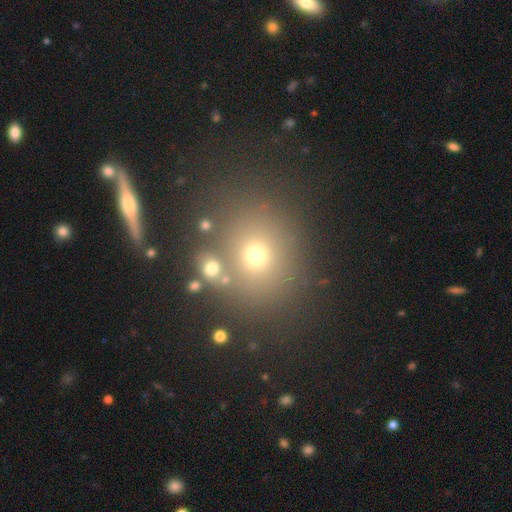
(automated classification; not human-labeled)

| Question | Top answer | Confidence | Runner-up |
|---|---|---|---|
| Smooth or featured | smooth | 63% | star or artifact (22%) |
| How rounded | round | 75% | in between (23%) |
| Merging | none | 76% | merger (10%) |